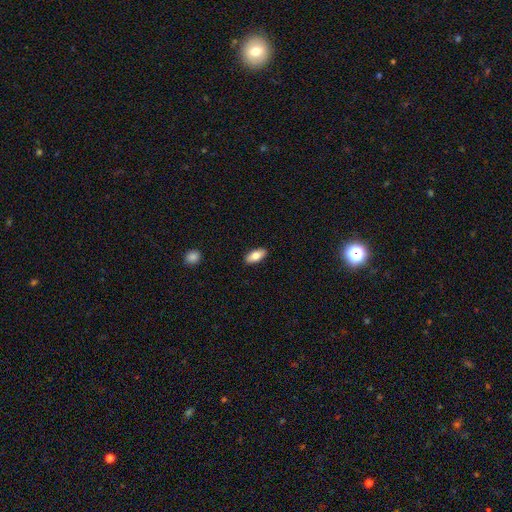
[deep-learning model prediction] Smooth or featured? smooth (80%)
How rounded? in between (88%)
Merging? none (90%)